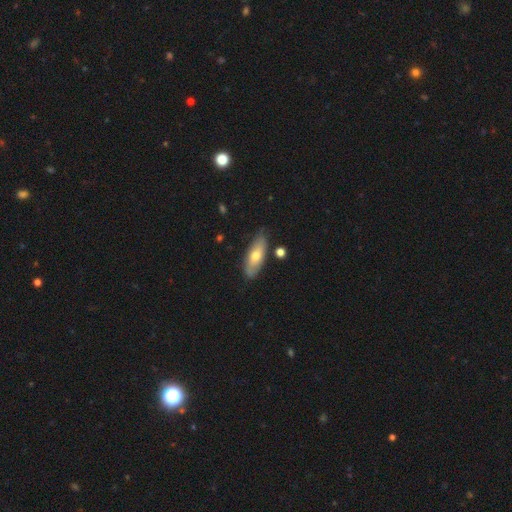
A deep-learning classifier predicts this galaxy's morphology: A smooth galaxy with no disk features (62%) that is in between round and cigar-shaped (70%). Merging: none (77%).